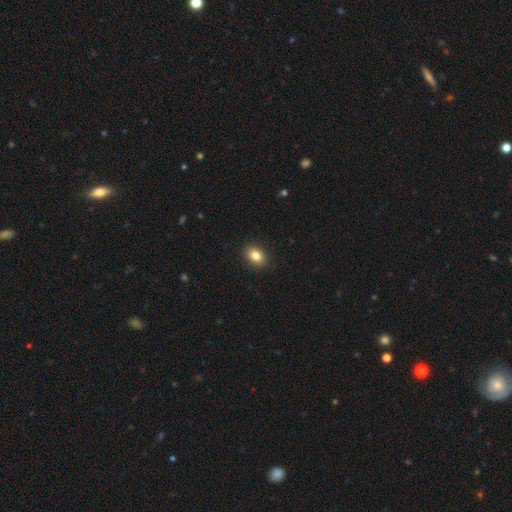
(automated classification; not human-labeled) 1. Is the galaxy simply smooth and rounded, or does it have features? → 84% smooth, 9% star or artifact, 6% featured or disk.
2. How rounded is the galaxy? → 71% in between, 28% round, 1% cigar-shaped.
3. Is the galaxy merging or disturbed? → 90% none, 7% minor disturbance, 2% major disturbance, 1% merger.